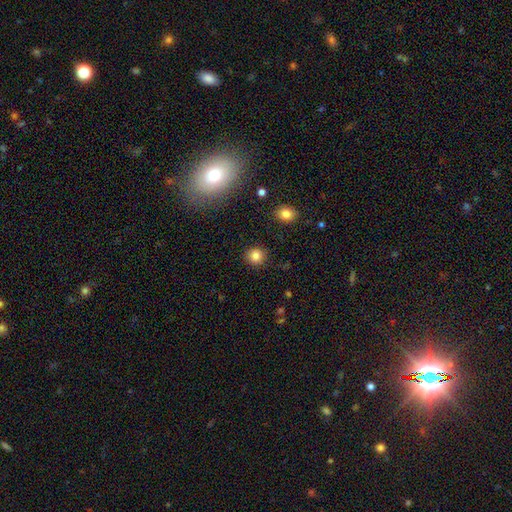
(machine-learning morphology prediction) A smooth galaxy with no disk features (83%) that is round (90%). Merging: none (90%).